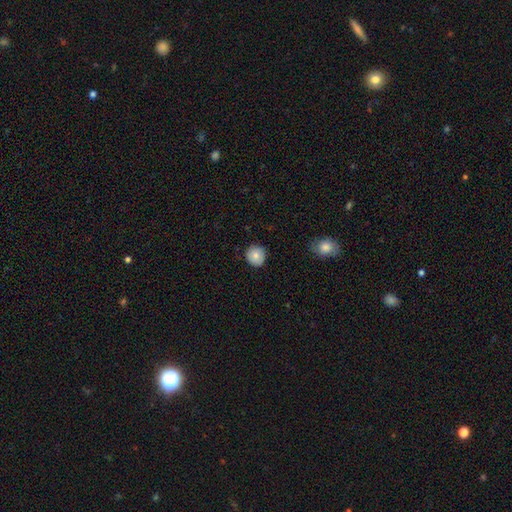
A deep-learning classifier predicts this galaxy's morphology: smooth 79%, featured or disk 13%, star or artifact 8%. Down the decision tree: how rounded — round (93%); merging — none (87%).